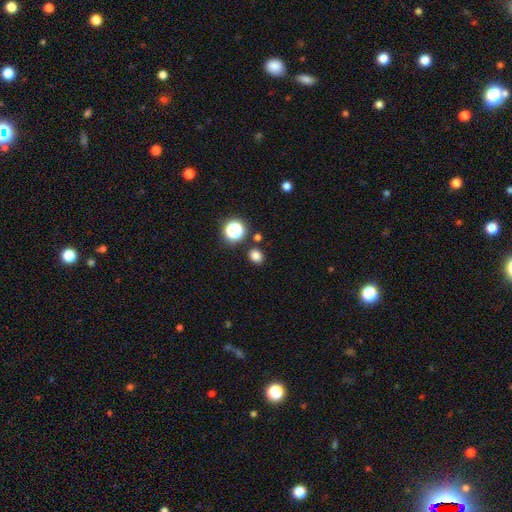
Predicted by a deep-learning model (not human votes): Morphology: type=smooth (79%); roundness=round (64%); merging=none (85%).